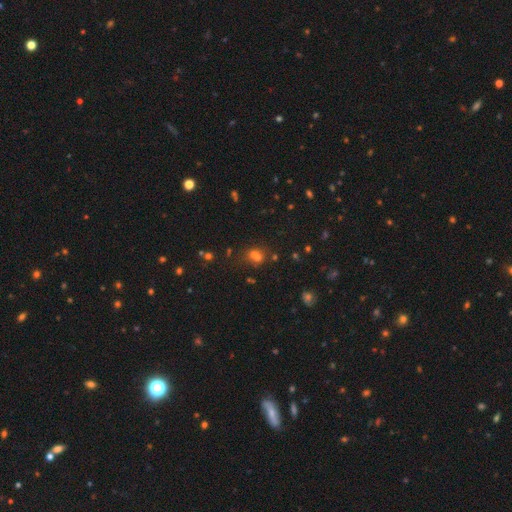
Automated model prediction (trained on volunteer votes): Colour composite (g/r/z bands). It shows a smooth galaxy with no disk features (58%) that is round (61%). Merging: merger (44%).